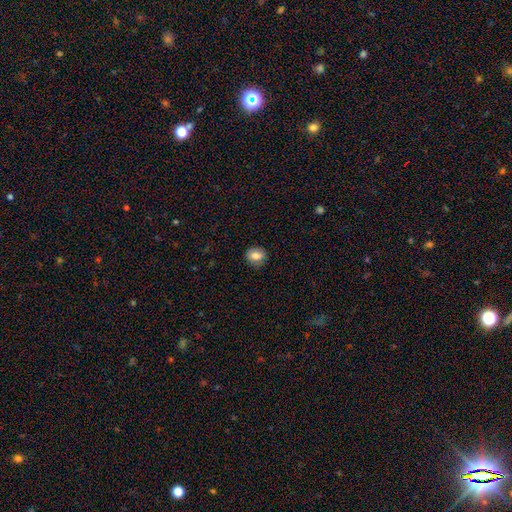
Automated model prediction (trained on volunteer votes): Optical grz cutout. It shows a smooth galaxy with no disk features (78%) that is round (60%). Merging: none (85%).